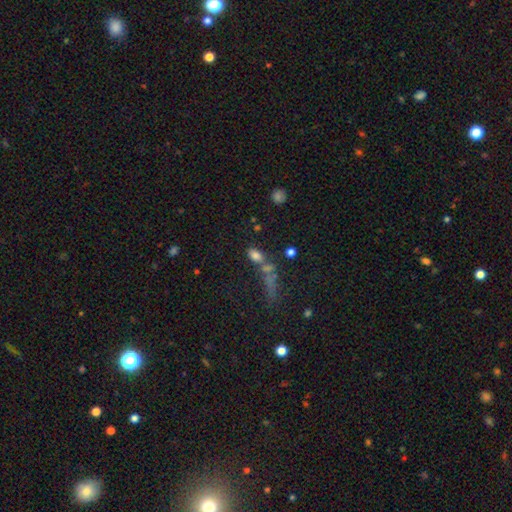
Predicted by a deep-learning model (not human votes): Overall: smooth (73%). How rounded: in between (81%). Merging: none (48%; merger 31%).